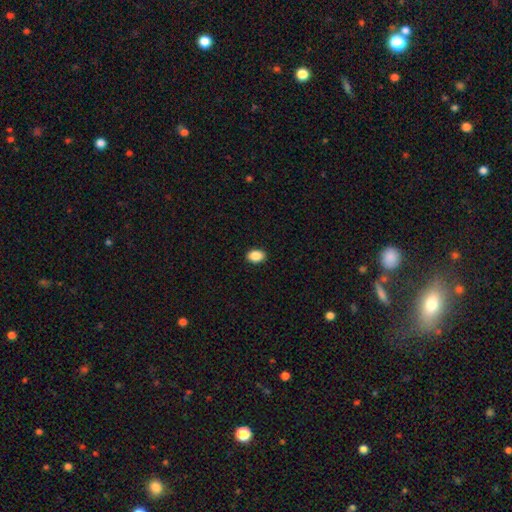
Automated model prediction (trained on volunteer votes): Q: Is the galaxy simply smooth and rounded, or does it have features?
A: smooth — 88%.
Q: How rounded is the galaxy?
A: in between — 80%.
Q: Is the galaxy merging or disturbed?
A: none — 91%.